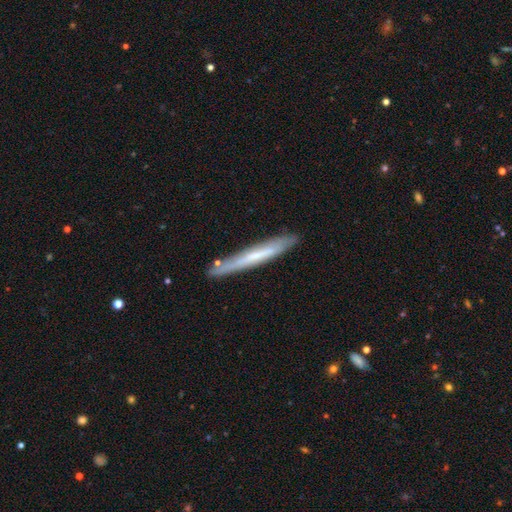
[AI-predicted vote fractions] smooth-or-featured: featured or disk: 48% | smooth: 46% | star or artifact: 6%
  merging: none: 84% | minor disturbance: 12% | merger: 3% | major disturbance: 2%